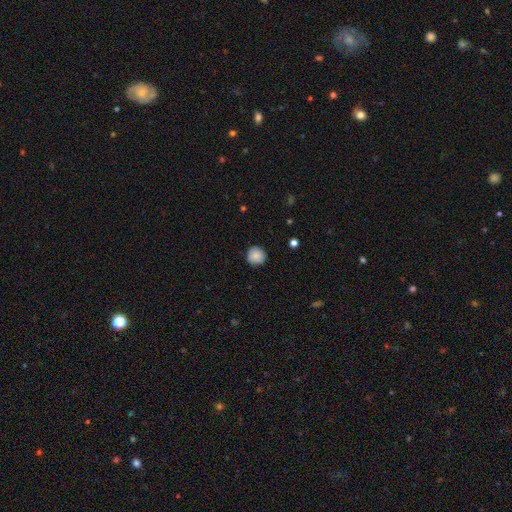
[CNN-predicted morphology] Smooth or featured? smooth (86%)
How rounded? round (94%)
Merging? none (88%)